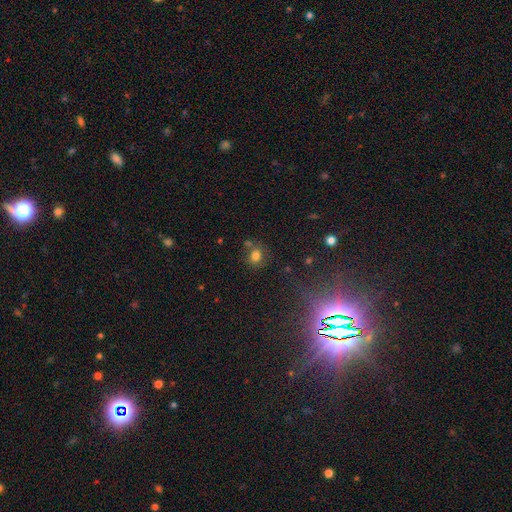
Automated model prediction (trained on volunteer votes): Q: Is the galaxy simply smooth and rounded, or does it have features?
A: smooth — 76%.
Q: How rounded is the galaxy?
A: round — 71%.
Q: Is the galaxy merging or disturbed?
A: none — 65%.